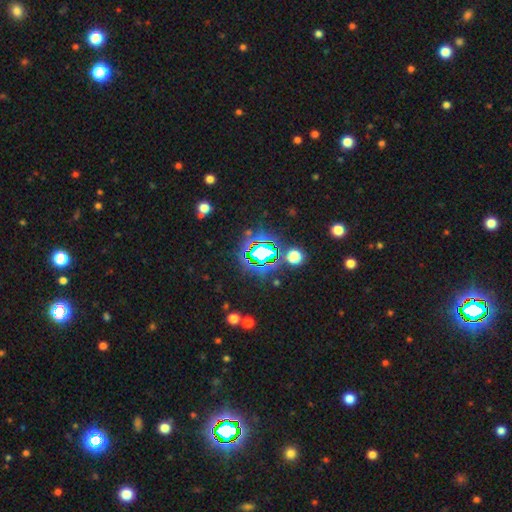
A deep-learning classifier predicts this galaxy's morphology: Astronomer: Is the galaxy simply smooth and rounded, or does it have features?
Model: star or artifact — 74%.